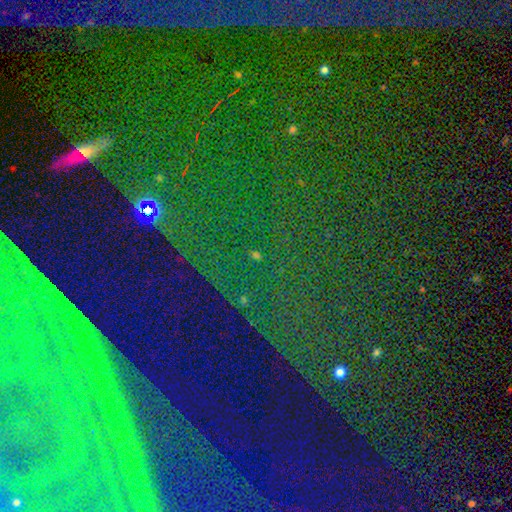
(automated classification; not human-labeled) Q: Smooth or featured?
A: star or artifact (81%); runner-up: smooth (10%)